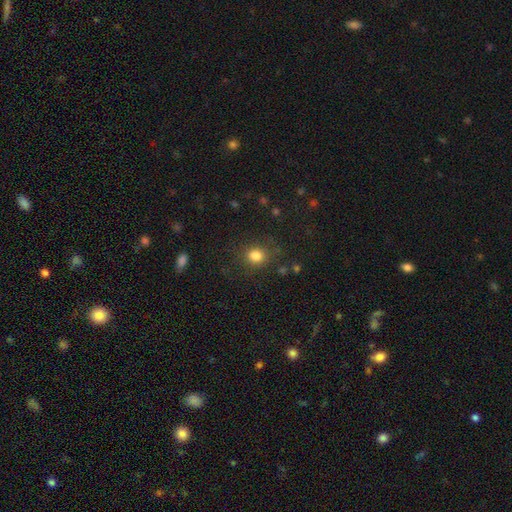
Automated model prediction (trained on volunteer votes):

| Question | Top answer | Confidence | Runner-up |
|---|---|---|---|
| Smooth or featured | smooth | 82% | star or artifact (13%) |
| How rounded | round | 80% | in between (19%) |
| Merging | none | 84% | minor disturbance (10%) |